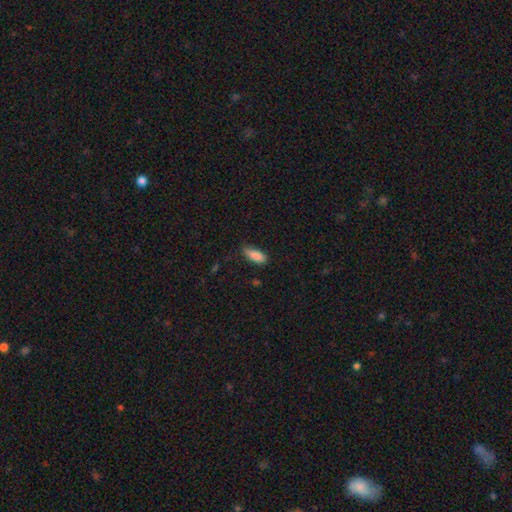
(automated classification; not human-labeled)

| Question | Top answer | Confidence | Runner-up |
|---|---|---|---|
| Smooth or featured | smooth | 86% | featured or disk (7%) |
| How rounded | in between | 79% | cigar-shaped (19%) |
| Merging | none | 76% | minor disturbance (20%) |